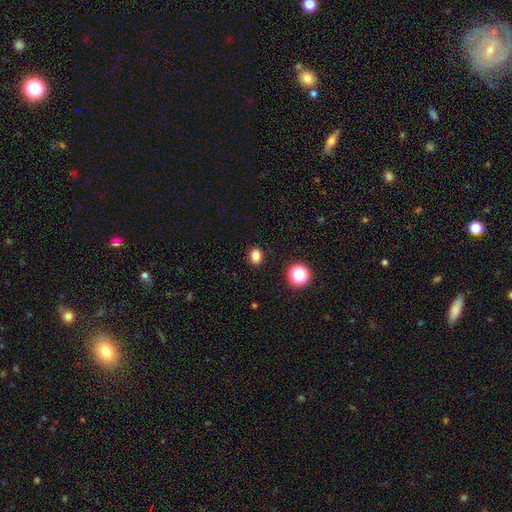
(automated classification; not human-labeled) smooth 82%, star or artifact 14%, featured or disk 5%. Down the decision tree: how rounded — in between (52%); merging — none (89%).